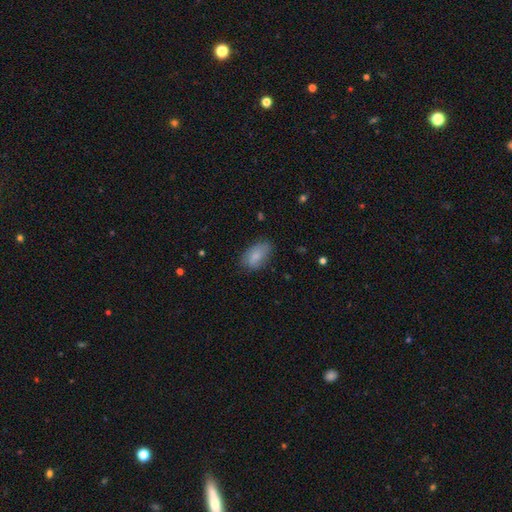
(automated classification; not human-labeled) This appears to be a smooth galaxy with no disk features (84%) that is in between round and cigar-shaped (92%). Merging: none (71%).